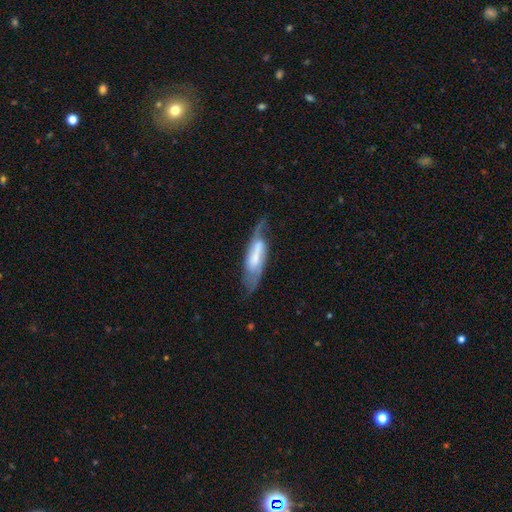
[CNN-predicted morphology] featured or disk 66%, smooth 27%, star or artifact 6%. Down the decision tree: edge-on disk — no (78%); bar — weak (37%); spiral arms — yes (84%); bulge size — moderate (29%); merging — none (52%).